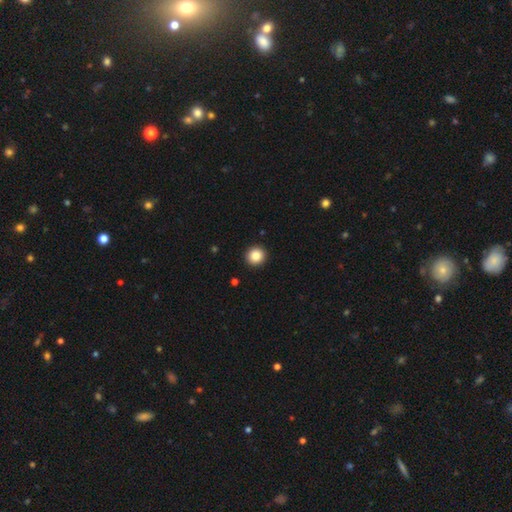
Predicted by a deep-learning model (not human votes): A smooth galaxy with no disk features (85%) that is round (93%).

Vote fractions:
- Smooth or featured? smooth: 85% / star or artifact: 10% / featured or disk: 5%
- How rounded? round: 93% / in between: 6% / cigar-shaped: 1%
- Merging? none: 93% / minor disturbance: 4% / major disturbance: 1% / merger: 1%